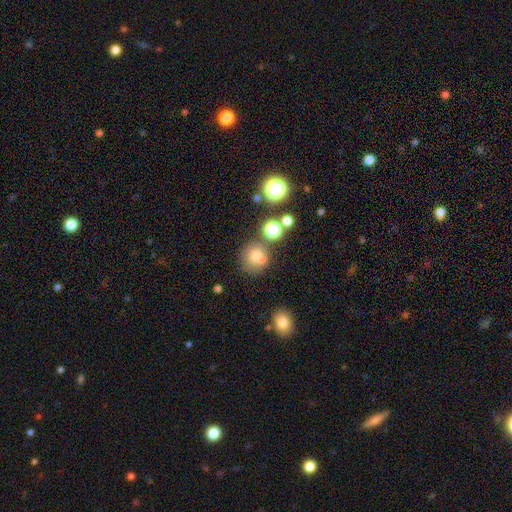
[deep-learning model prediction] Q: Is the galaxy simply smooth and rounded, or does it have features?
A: smooth — 70%.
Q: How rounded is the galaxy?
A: round — 88%.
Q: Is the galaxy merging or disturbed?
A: none — 58%.